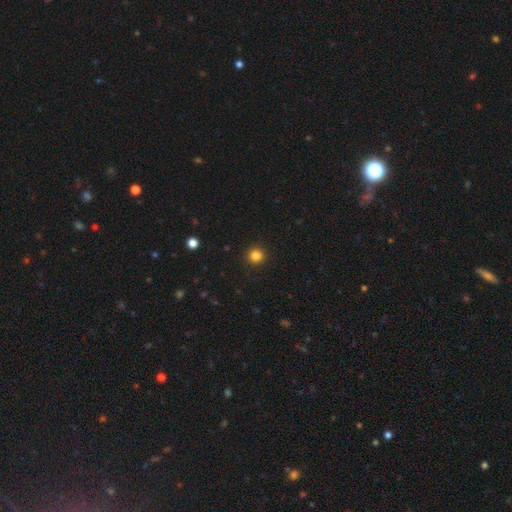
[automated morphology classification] A smooth galaxy with no disk features (84%) that is round (95%).

Vote fractions:
- Smooth or featured? smooth: 84% / star or artifact: 12% / featured or disk: 4%
- How rounded? round: 95% / in between: 4% / cigar-shaped: 1%
- Merging? none: 93% / minor disturbance: 5% / major disturbance: 2% / merger: 1%